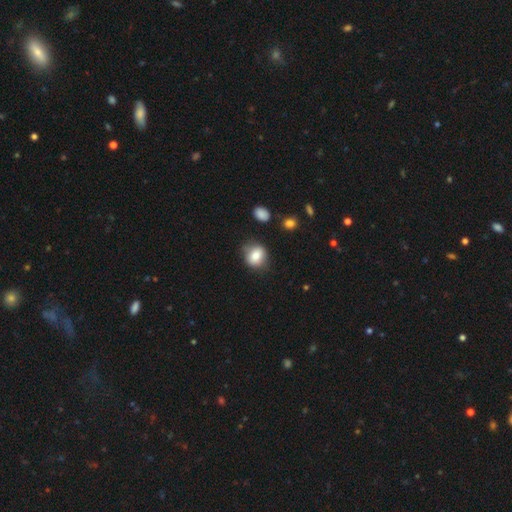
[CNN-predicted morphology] This appears to be a smooth galaxy with no disk features (79%) that is round (64%). Merging: none (69%).